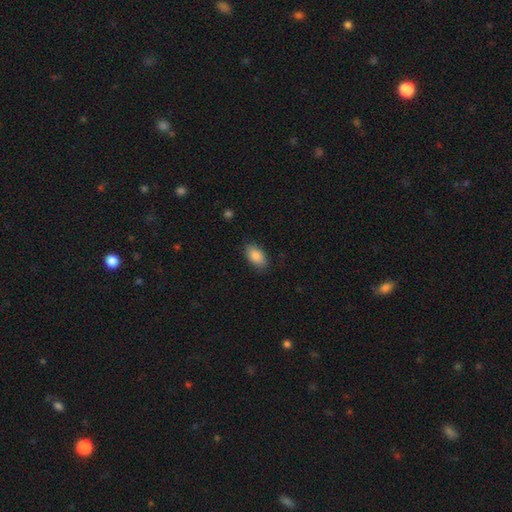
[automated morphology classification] smooth_or_featured: smooth (p=0.86) [alt: featured or disk p=0.08]
how_rounded: in between (p=0.93) [alt: round p=0.05]
merging: none (p=0.84) [alt: minor disturbance p=0.12]